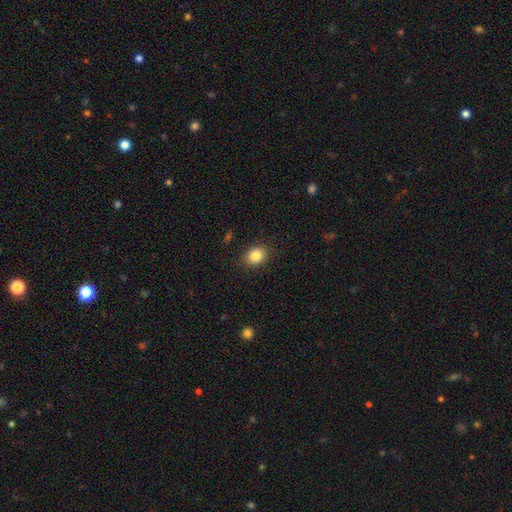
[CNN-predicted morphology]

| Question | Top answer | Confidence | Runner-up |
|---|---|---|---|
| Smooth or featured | smooth | 85% | star or artifact (9%) |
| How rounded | round | 50% | in between (49%) |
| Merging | none | 87% | minor disturbance (10%) |